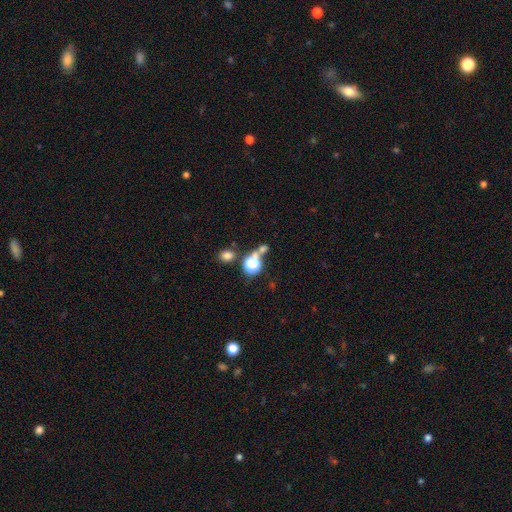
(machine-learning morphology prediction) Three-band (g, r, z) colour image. It shows a smooth galaxy with no disk features (56%) that is round (72%). Merging: none (54%).